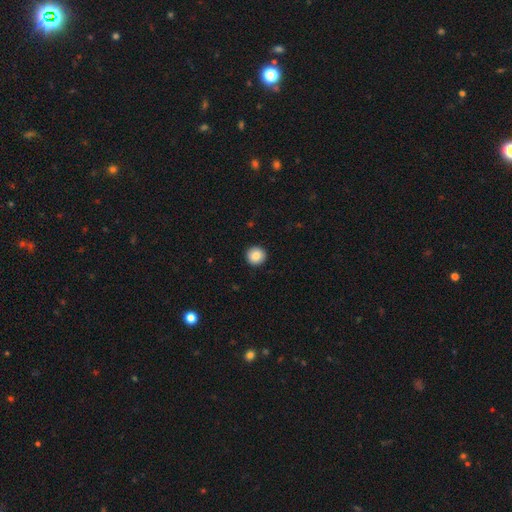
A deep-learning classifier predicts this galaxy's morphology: This appears to be a smooth galaxy with no disk features (87%) that is round (95%). Merging: none (93%).